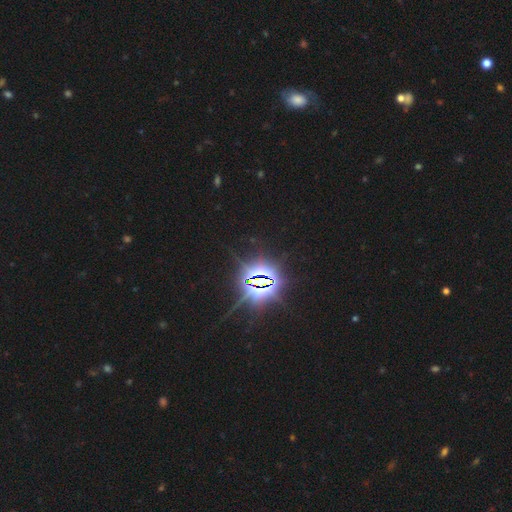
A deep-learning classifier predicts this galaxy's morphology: A star or artifact, not a galaxy (87%).